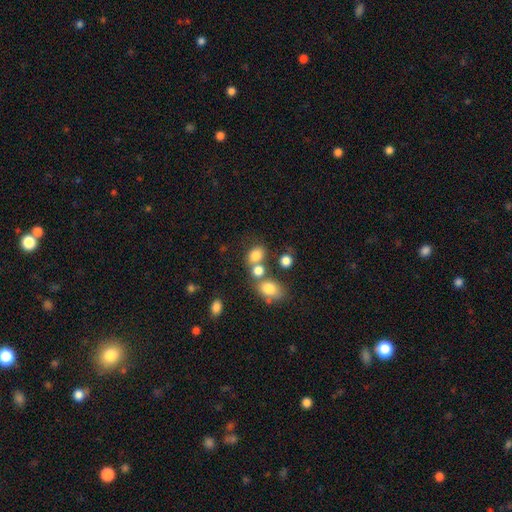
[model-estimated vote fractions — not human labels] Overall: smooth (77%). How rounded: in between (60%; round 38%). Merging: none (47%; merger 34%).